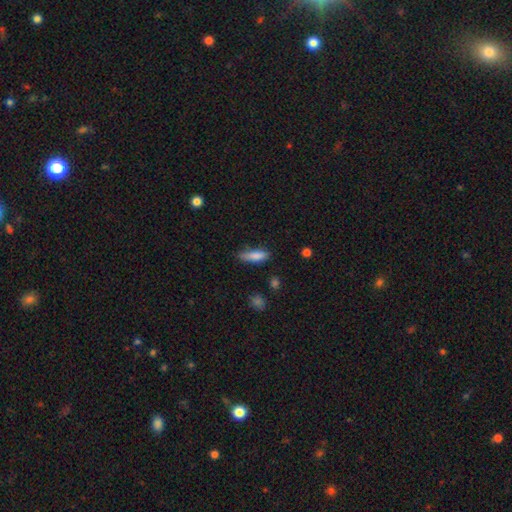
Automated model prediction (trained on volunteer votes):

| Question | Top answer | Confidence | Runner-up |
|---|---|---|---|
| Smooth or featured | smooth | 83% | featured or disk (9%) |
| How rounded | cigar-shaped | 51% | in between (47%) |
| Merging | none | 67% | minor disturbance (26%) |